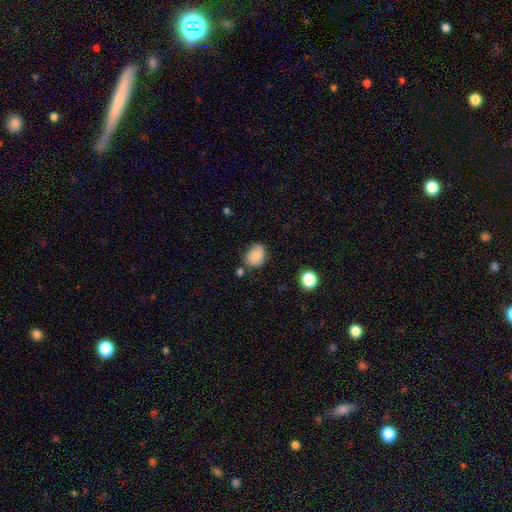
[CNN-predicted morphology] This is likely a smooth galaxy (78%). How rounded: possibly in between (54%). Merging: likely none (63%).